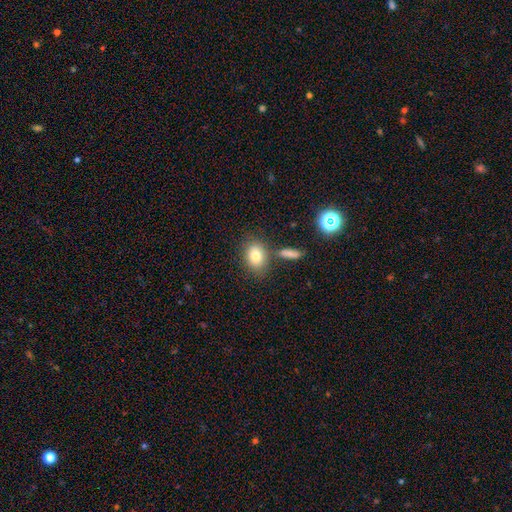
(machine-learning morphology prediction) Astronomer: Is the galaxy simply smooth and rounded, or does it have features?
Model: smooth — 80%.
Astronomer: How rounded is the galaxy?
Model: in between — 68%.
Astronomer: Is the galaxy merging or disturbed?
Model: none — 70%.